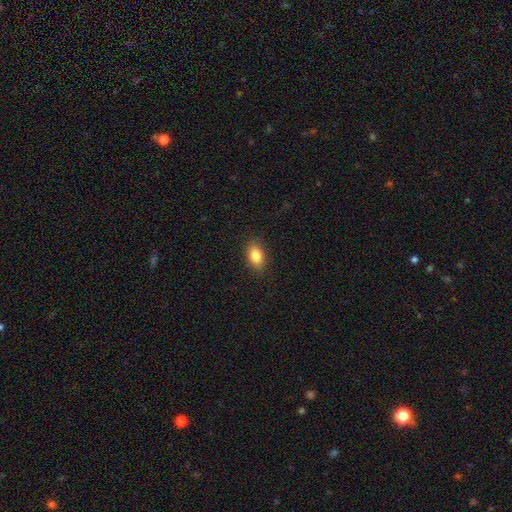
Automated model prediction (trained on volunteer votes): Smooth or featured?
  - smooth: 84% *
  - star or artifact: 8%
  - featured or disk: 7%
How rounded?
  - in between: 87% *
  - round: 10%
  - cigar-shaped: 3%
Merging?
  - none: 88% *
  - minor disturbance: 9%
  - major disturbance: 2%
  - merger: 1%